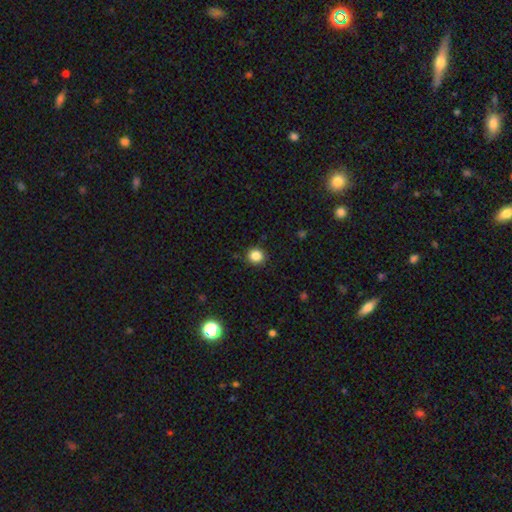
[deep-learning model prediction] smooth 85%, star or artifact 11%, featured or disk 4%. Down the decision tree: how rounded — round (89%); merging — none (90%).